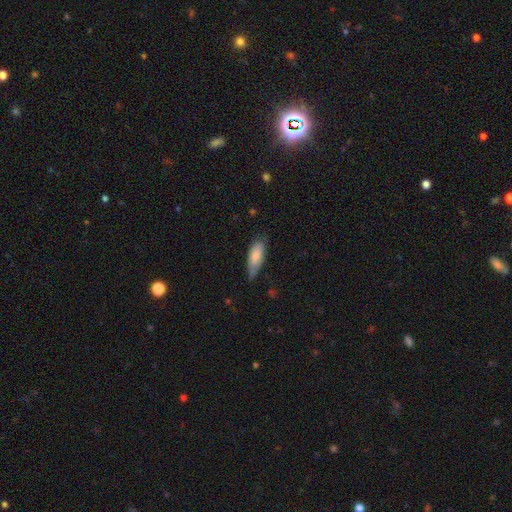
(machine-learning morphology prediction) smooth-or-featured: smooth: 80% | featured or disk: 14% | star or artifact: 6%
  how-rounded: in between: 68% | cigar-shaped: 30% | round: 2%
  merging: none: 64% | minor disturbance: 30% | major disturbance: 5% | merger: 1%